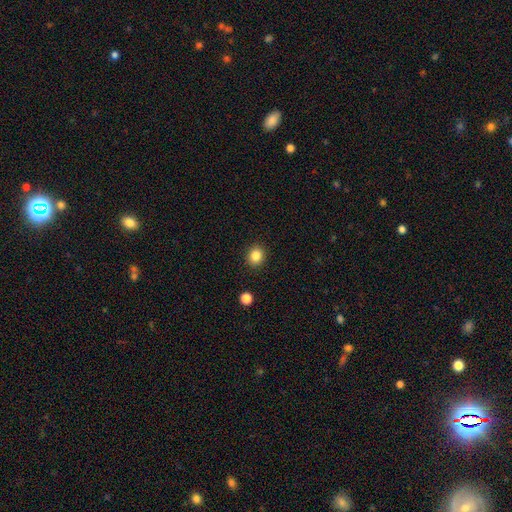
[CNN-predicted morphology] Smooth or featured? Predicted: smooth (p=0.85). How rounded? Predicted: round (p=0.77). Merging? Predicted: none (p=0.91).